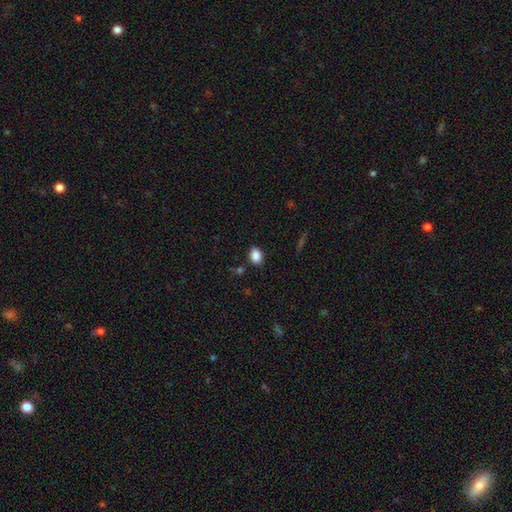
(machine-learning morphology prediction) type=smooth (87%); roundness=in between (71%); merging=none (82%).